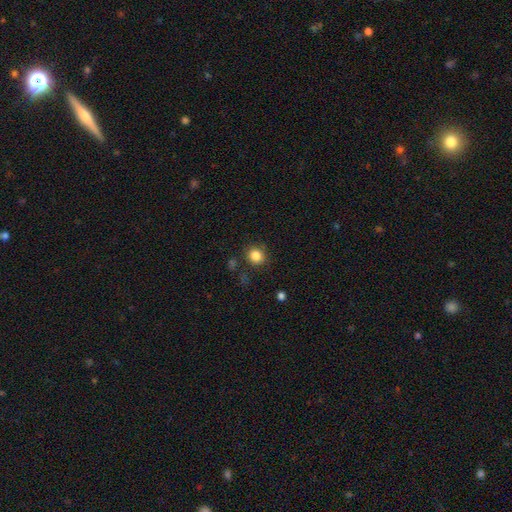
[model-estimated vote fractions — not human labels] This appears to be a smooth galaxy with no disk features (84%) that is round (85%). Merging: none (82%).